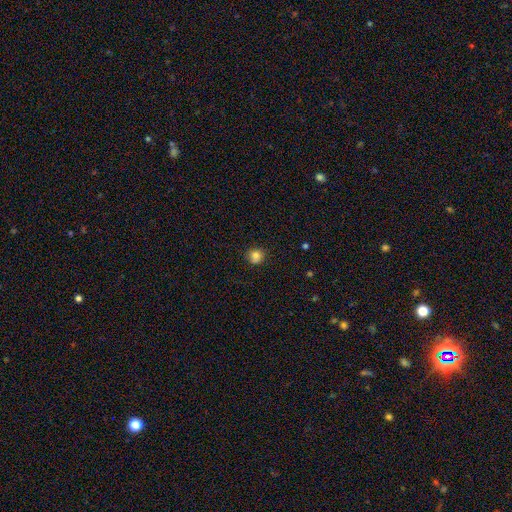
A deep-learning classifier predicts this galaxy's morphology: Q: Smooth or featured?
A: smooth (81%); runner-up: star or artifact (11%)
Q: How rounded?
A: round (88%); runner-up: in between (12%)
Q: Merging?
A: none (80%); runner-up: minor disturbance (15%)